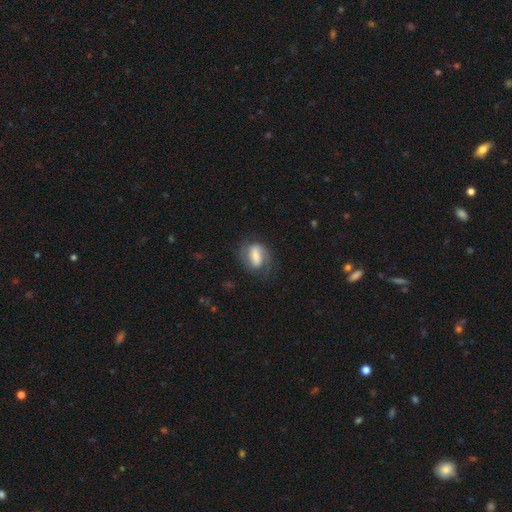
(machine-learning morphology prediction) featured or disk 55%, smooth 37%, star or artifact 8%. Down the decision tree: edge-on disk — no (95%); bar — strong (44%); spiral arms — yes (83%); bulge size — moderate (31%); merging — none (65%).